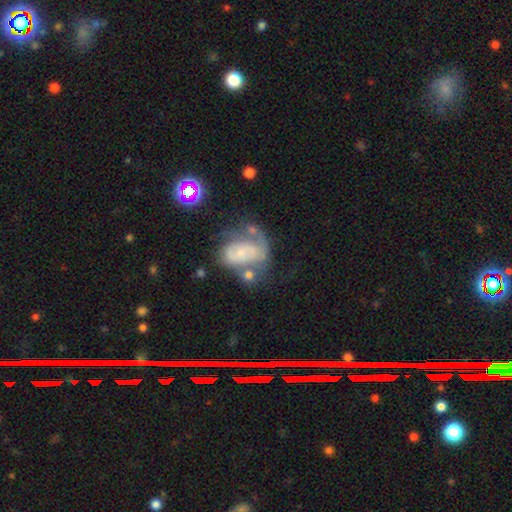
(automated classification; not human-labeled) smooth-or-featured: featured or disk: 54% | star or artifact: 24% | smooth: 23%
  disk-edge-on: no: 94% | yes: 6%
    bar: no: 43% | weak: 35% | strong: 22%
    has-spiral-arms: yes: 75% | no: 25%
    bulge-size: small: 40% | none: 32% | moderate: 20% | large: 5% | dominant: 3%
  merging: none: 50% | minor disturbance: 21% | major disturbance: 20% | merger: 9%